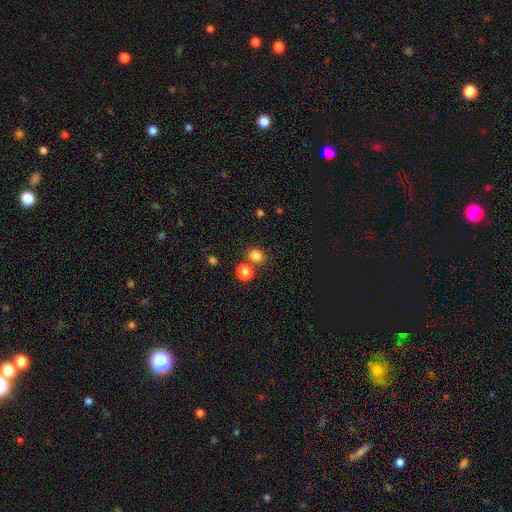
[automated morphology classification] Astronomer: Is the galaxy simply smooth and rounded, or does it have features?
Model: smooth — 82%.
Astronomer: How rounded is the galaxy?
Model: round — 72%.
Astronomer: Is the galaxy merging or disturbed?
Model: none — 71%.